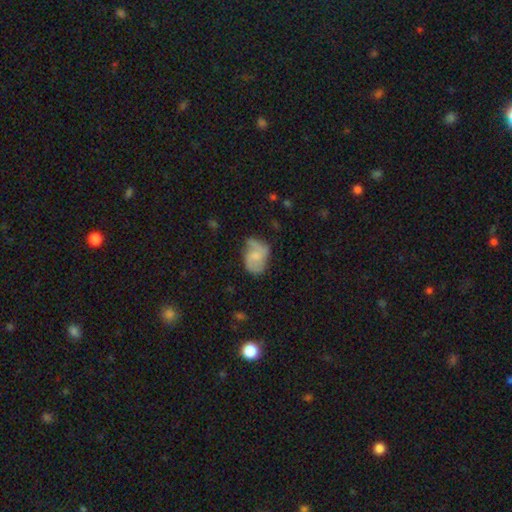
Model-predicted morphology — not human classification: Smooth or featured?
  - featured or disk: 52% *
  - smooth: 40%
  - star or artifact: 8%
Edge-on disk?
  - no: 97% *
  - yes: 3%
Bar?
  - no: 61% *
  - weak: 33%
  - strong: 6%
Spiral arms?
  - yes: 82% *
  - no: 18%
Bulge size?
  - small: 34% *
  - none: 33%
  - moderate: 27%
  - large: 5%
  - dominant: 2%
Merging?
  - none: 49% *
  - minor disturbance: 31%
  - major disturbance: 17%
  - merger: 3%